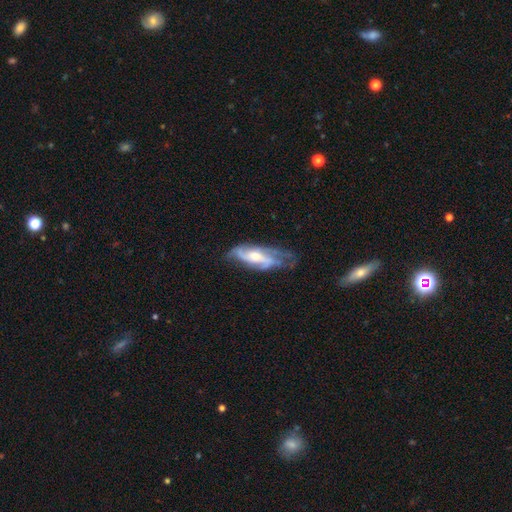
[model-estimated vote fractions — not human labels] Smooth or featured: featured or disk — 76% (smooth — 18%)
Edge-on disk: no — 89% (yes — 11%)
Bar: no — 53% (weak — 34%)
Spiral arms: yes — 91% (no — 9%)
Spiral winding: medium — 45% (loose — 28%)
Spiral arm count: 2 — 45% (3 — 22%)
Bulge size: moderate — 55% (small — 29%)
Merging: none — 51% (minor disturbance — 27%)